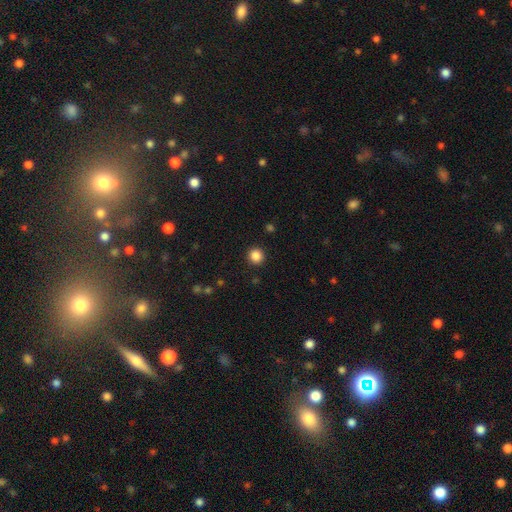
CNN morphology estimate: A smooth galaxy with no disk features (86%) that is round (93%). Merging: none (92%).